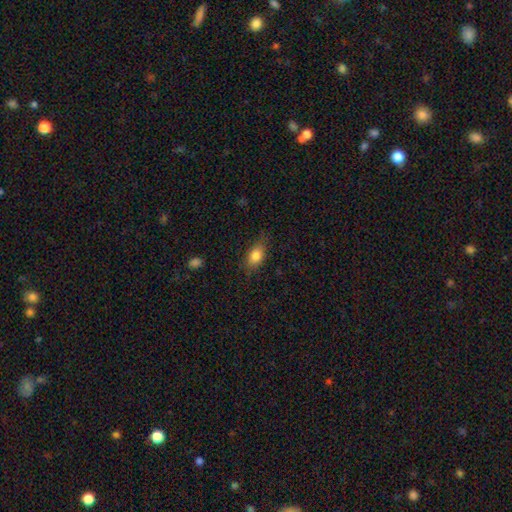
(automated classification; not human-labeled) Q: Smooth or featured?
A: smooth (82%); runner-up: featured or disk (10%)
Q: How rounded?
A: in between (84%); runner-up: round (12%)
Q: Merging?
A: none (76%); runner-up: minor disturbance (18%)